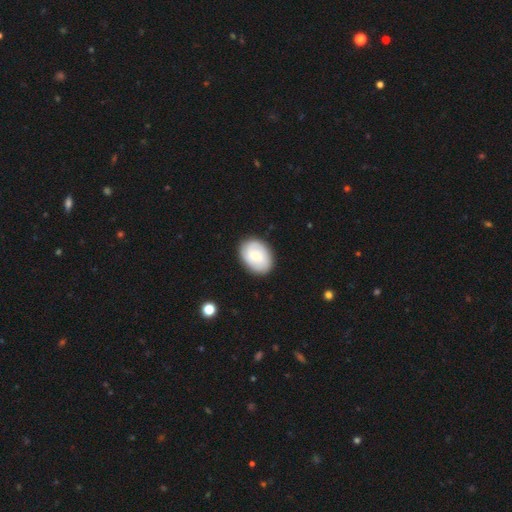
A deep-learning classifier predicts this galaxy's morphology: smooth-or-featured: smooth: 62% | featured or disk: 32% | star or artifact: 6%
  how-rounded: in between: 73% | round: 26% | cigar-shaped: 1%
  merging: none: 86% | minor disturbance: 10% | major disturbance: 3% | merger: 1%